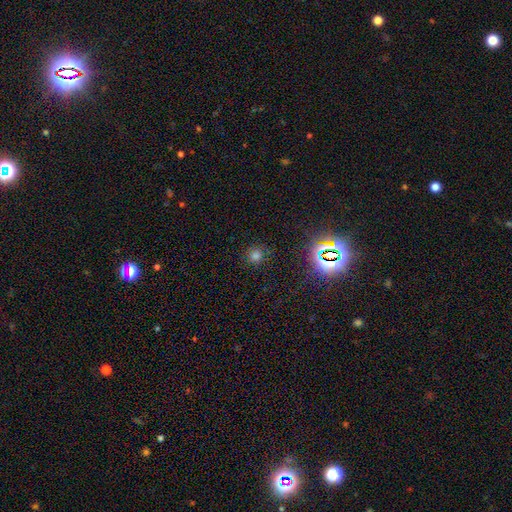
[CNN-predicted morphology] Smooth or featured?
  - smooth: 69% *
  - star or artifact: 25%
  - featured or disk: 6%
How rounded?
  - round: 91% *
  - in between: 8%
  - cigar-shaped: 1%
Merging?
  - none: 87% *
  - minor disturbance: 8%
  - major disturbance: 3%
  - merger: 2%